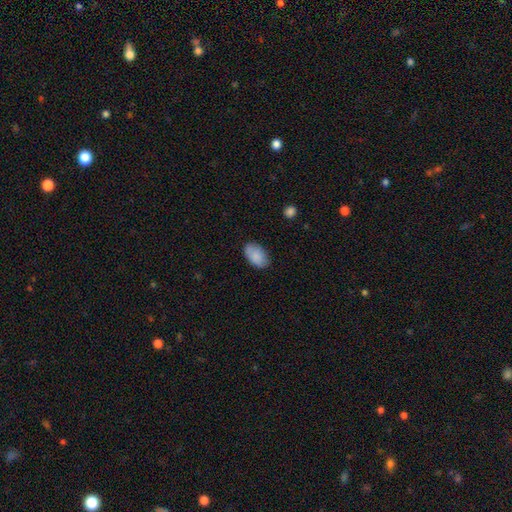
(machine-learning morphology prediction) smooth_or_featured: smooth (p=0.86) [alt: featured or disk p=0.07]
how_rounded: in between (p=0.92) [alt: round p=0.06]
merging: none (p=0.79) [alt: minor disturbance p=0.17]